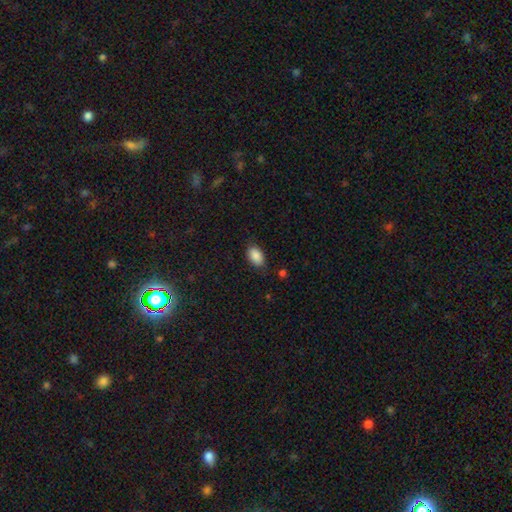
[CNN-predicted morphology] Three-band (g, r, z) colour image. It shows a smooth galaxy with no disk features (88%) that is in between round and cigar-shaped (90%). Merging: none (80%).